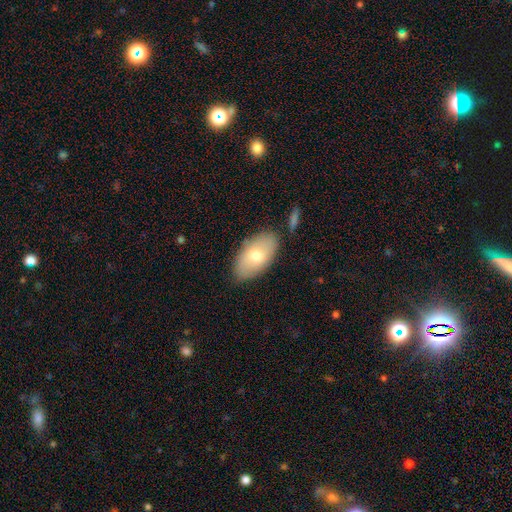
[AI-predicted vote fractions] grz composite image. It shows a smooth galaxy with no disk features (72%) that is in between round and cigar-shaped (95%). Merging: none (82%).